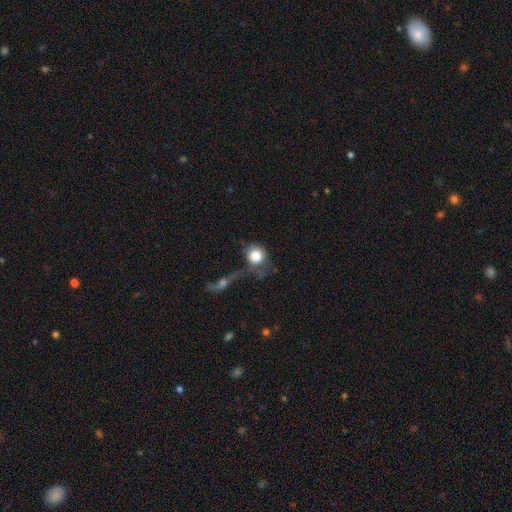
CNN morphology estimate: Overall: smooth (75%). How rounded: round (77%). Merging: merger (30%, tied with none).